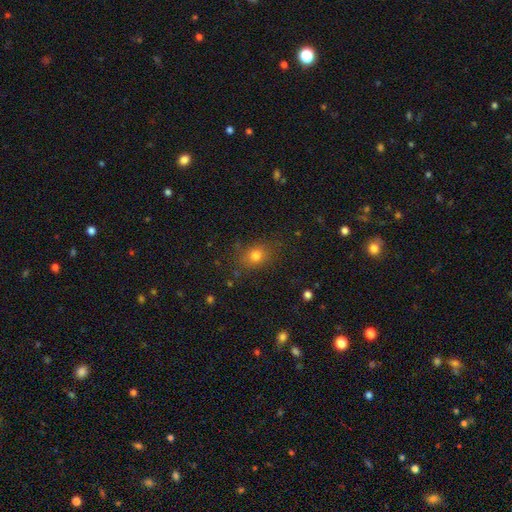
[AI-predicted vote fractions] This is likely a smooth galaxy (77%). How rounded: possibly in between (53%). Merging: likely none (79%).